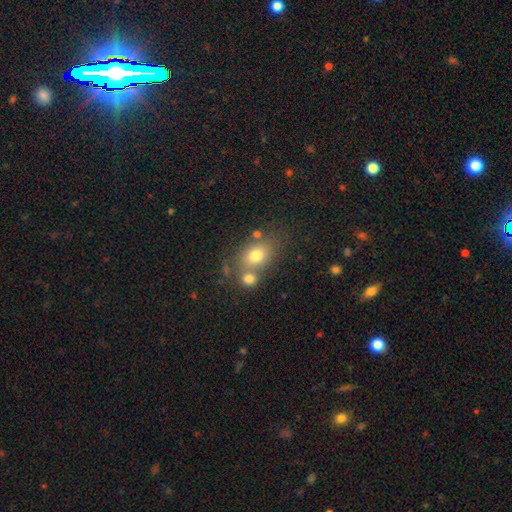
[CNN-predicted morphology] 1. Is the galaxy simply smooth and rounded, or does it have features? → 74% smooth, 15% featured or disk, 11% star or artifact.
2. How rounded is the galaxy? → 68% in between, 30% round, 2% cigar-shaped.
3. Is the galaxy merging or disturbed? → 53% none, 30% merger, 13% minor disturbance, 5% major disturbance.